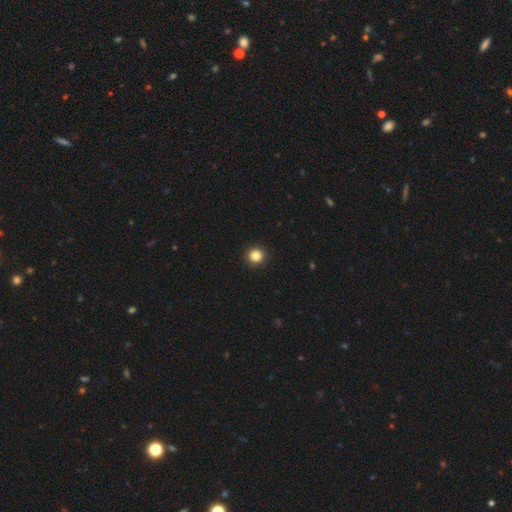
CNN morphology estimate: Overall: smooth (84%). How rounded: round (95%). Merging: none (94%).